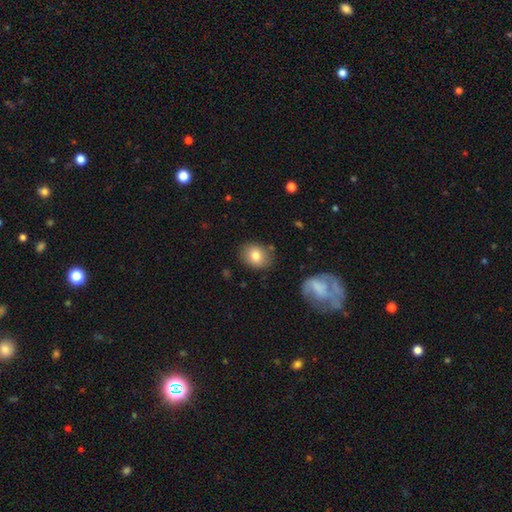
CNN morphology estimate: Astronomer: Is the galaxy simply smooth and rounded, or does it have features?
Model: smooth — 80%.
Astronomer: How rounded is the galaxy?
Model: round — 52% (runner-up: in between, 47%).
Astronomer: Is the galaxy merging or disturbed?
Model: none — 82%.